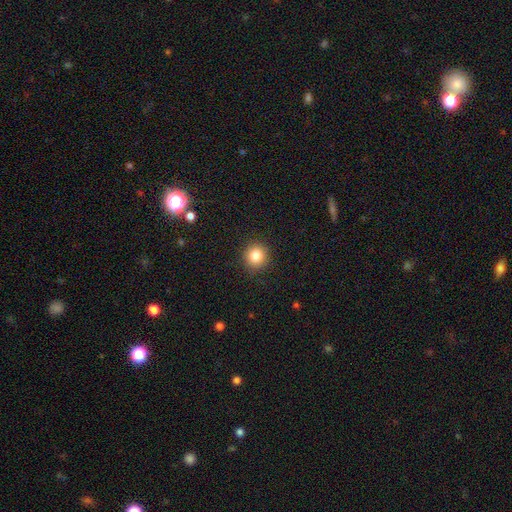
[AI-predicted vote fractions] This is clearly a smooth galaxy (84%). How rounded: clearly round (91%). Merging: clearly none (90%).